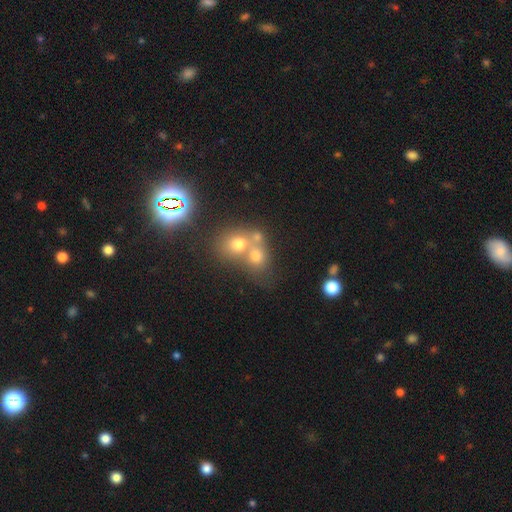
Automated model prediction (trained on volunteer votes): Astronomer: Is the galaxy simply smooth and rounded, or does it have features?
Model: smooth — 67%.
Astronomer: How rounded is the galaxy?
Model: round — 67%.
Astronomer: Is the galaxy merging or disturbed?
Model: merger — 55% (runner-up: none, 32%).